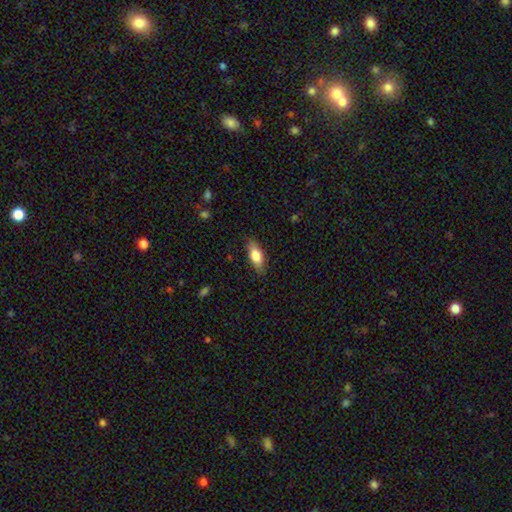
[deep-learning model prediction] The model was most divided on "how rounded": in between: 77%, cigar-shaped: 19%, round: 3%. More confident: merging — none (82%); smooth or featured — smooth (78%).